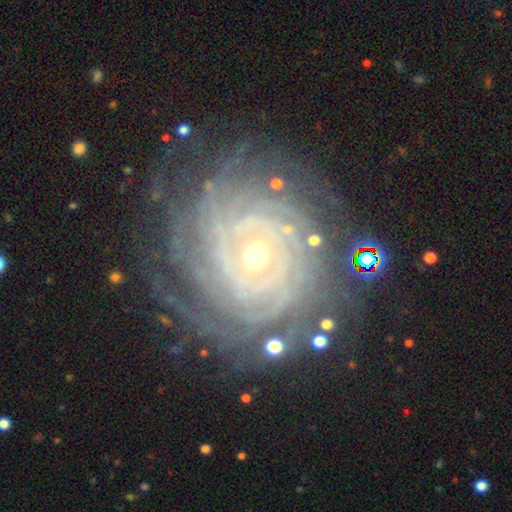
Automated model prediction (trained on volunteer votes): Overall: featured or disk (90%). Edge-on disk: no (97%). Bar: no (57%; weak 27%). Spiral arms: yes (98%). Spiral arm count: more than 4 (26%; can't tell 25%). Spiral winding: tight (88%). Bulge size: small (53%; moderate 44%). Merging: none (79%).